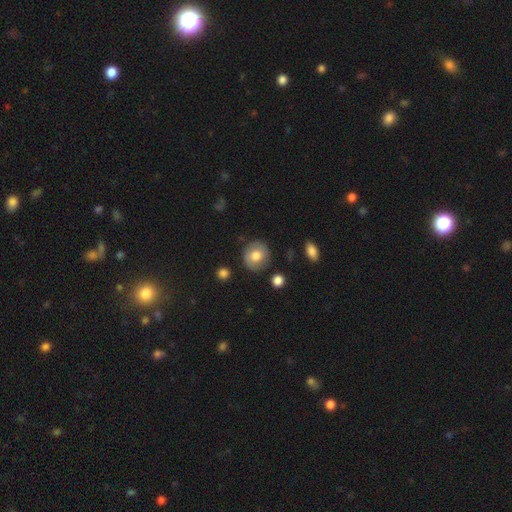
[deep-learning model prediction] This is likely a smooth galaxy (70%). How rounded: clearly round (82%). Merging: clearly none (83%).